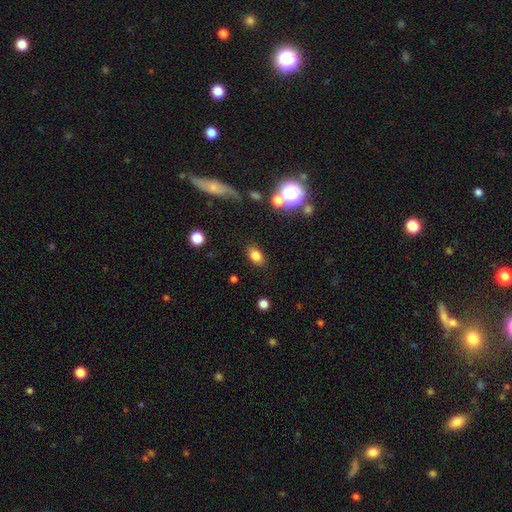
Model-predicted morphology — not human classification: smooth-or-featured: smooth: 80% | star or artifact: 12% | featured or disk: 8%
  how-rounded: in between: 83% | round: 15% | cigar-shaped: 2%
  merging: none: 85% | minor disturbance: 10% | major disturbance: 3% | merger: 2%